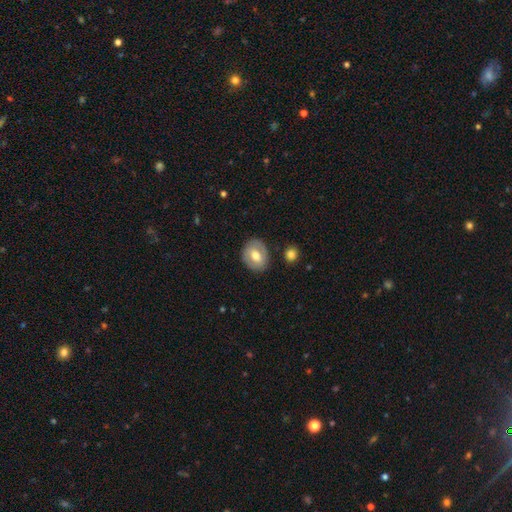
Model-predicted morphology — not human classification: Q: Smooth or featured?
A: smooth (55%); runner-up: featured or disk (39%)
Q: How rounded?
A: round (50%); runner-up: in between (49%)
Q: Merging?
A: none (83%); runner-up: minor disturbance (12%)